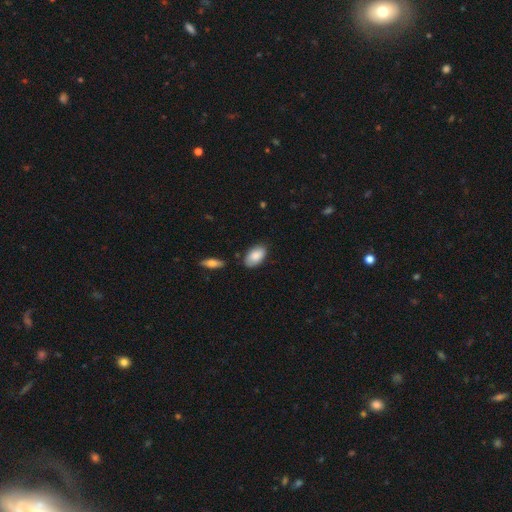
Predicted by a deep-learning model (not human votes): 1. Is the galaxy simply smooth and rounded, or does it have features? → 86% smooth, 8% featured or disk, 6% star or artifact.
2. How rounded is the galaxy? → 95% in between, 3% round, 2% cigar-shaped.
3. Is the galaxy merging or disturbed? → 78% none, 16% minor disturbance, 4% merger, 3% major disturbance.